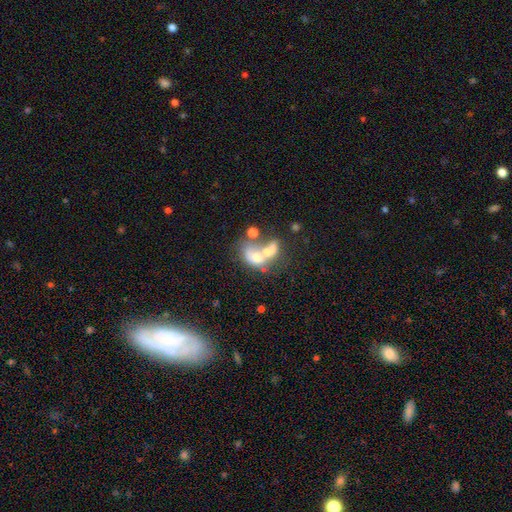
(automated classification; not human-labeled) A smooth galaxy with no disk features (47%).

Vote fractions:
- Smooth or featured? smooth: 47% / featured or disk: 40% / star or artifact: 13%
- Merging? merger: 68% / none: 13% / major disturbance: 12% / minor disturbance: 7%